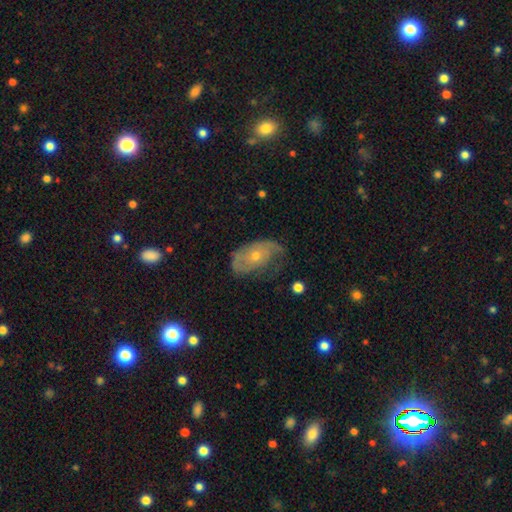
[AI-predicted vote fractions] Smooth or featured? featured or disk (66%)
Edge-on disk? no (94%)
Bar? no (83%)
Spiral arms? yes (79%)
Bulge size? small (63%)
Merging? none (50%)